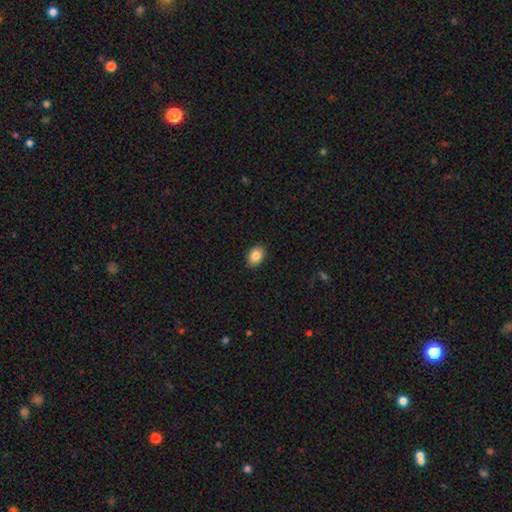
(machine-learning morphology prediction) Smooth or featured? smooth (86%)
How rounded? in between (74%)
Merging? none (88%)